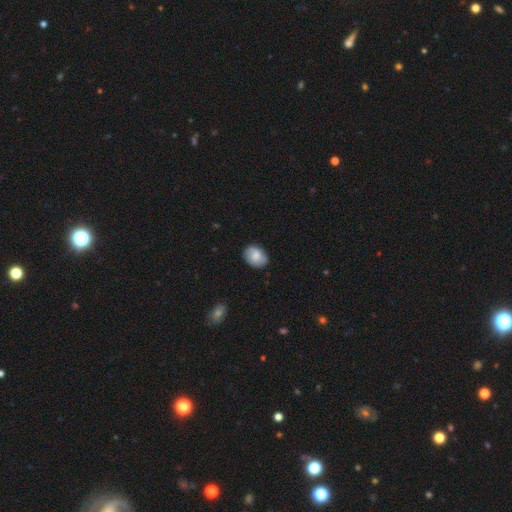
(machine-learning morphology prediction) type=smooth (71%); roundness=in between (61%); merging=none (81%).